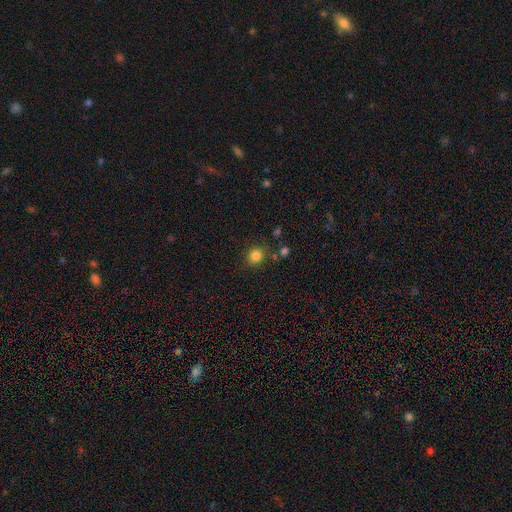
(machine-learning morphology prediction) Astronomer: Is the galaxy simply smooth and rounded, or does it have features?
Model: smooth — 83%.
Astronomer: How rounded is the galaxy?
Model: round — 80%.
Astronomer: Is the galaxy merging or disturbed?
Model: none — 82%.